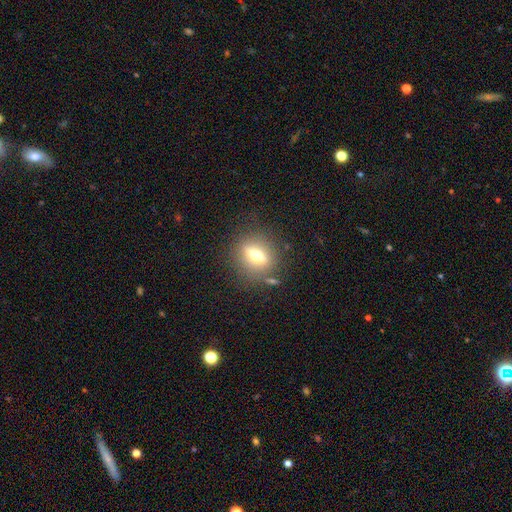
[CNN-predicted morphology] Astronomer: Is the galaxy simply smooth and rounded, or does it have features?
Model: featured or disk — 45% (runner-up: smooth, 44%).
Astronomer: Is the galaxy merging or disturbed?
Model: none — 81%.